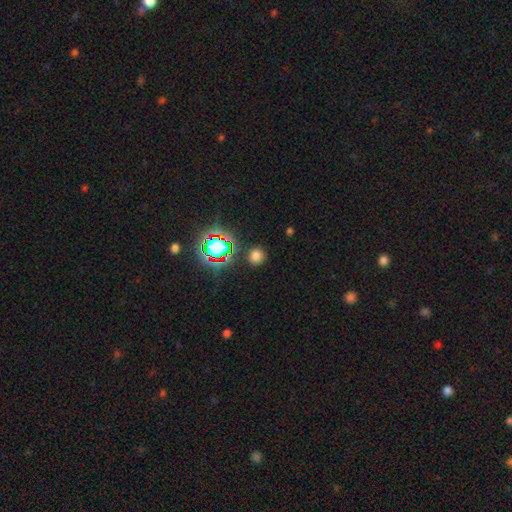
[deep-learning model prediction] Smooth or featured: smooth — 70% (star or artifact — 24%)
How rounded: round — 89% (in between — 10%)
Merging: none — 87% (minor disturbance — 7%)